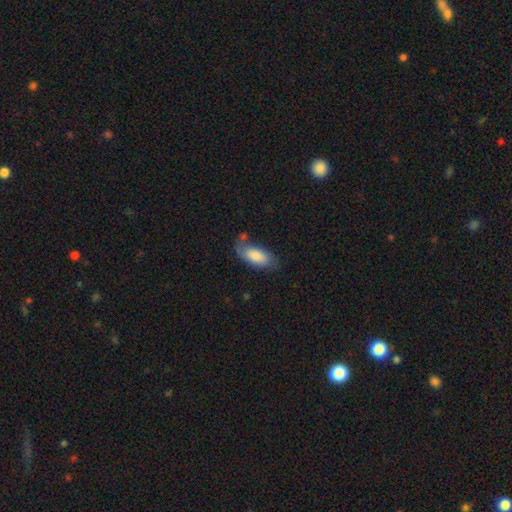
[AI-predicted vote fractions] Smooth or featured? smooth (81%)
How rounded? in between (90%)
Merging? none (54%)